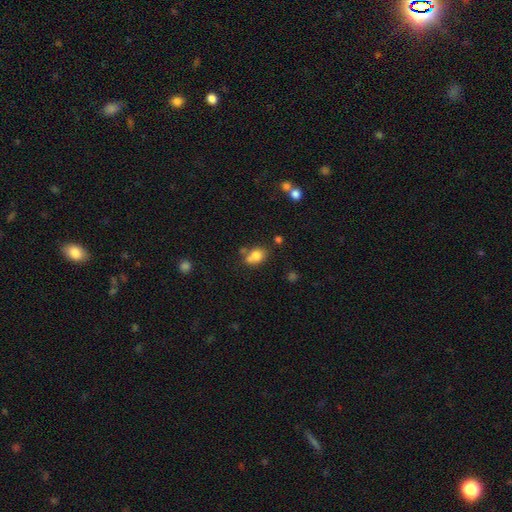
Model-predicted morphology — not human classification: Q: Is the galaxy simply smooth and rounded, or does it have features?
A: smooth — 77%.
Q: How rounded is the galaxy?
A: in between — 62%.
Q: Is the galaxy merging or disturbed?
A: none — 48%.